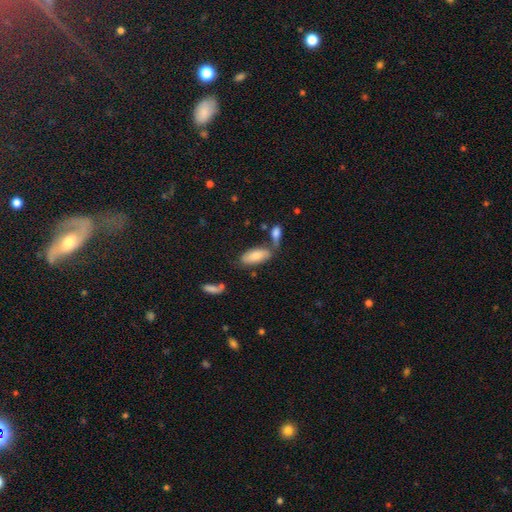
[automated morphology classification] Overall: smooth (82%). How rounded: in between (85%). Merging: none (56%; merger 22%).